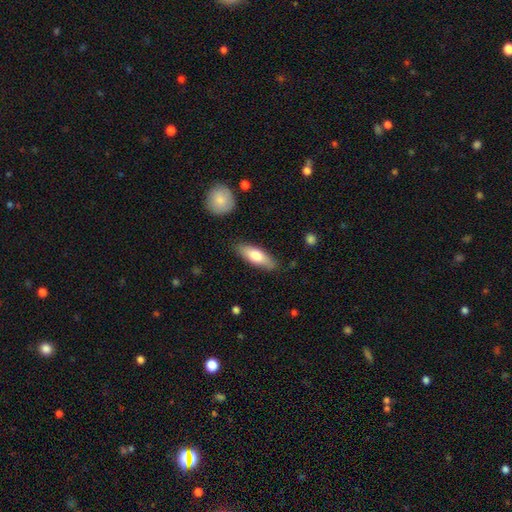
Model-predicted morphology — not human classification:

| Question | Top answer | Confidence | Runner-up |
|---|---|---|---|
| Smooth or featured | smooth | 70% | featured or disk (25%) |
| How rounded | in between | 60% | cigar-shaped (38%) |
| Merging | none | 84% | minor disturbance (12%) |